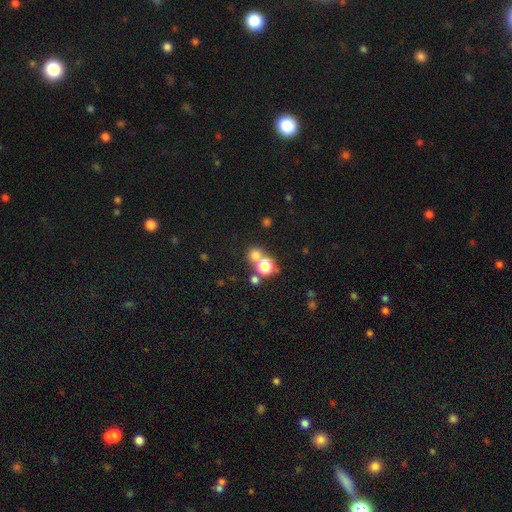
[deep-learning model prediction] Morphology: type=smooth (71%); roundness=round (87%); merging=none (53%).